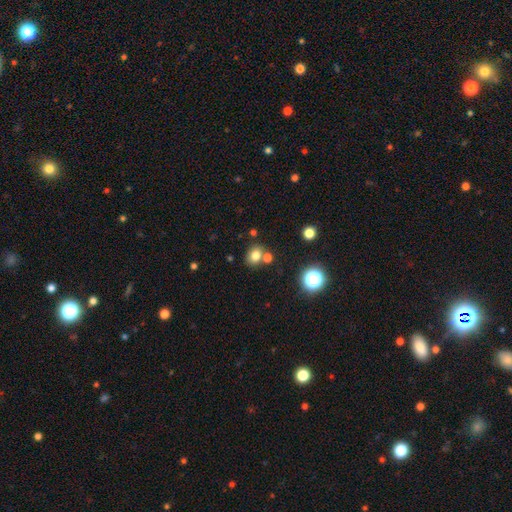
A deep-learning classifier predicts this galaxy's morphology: A smooth galaxy with no disk features (76%) that is round (58%).

Vote fractions:
- Smooth or featured? smooth: 76% / star or artifact: 15% / featured or disk: 9%
- How rounded? round: 58% / in between: 41% / cigar-shaped: 1%
- Merging? none: 66% / merger: 21% / minor disturbance: 10% / major disturbance: 3%